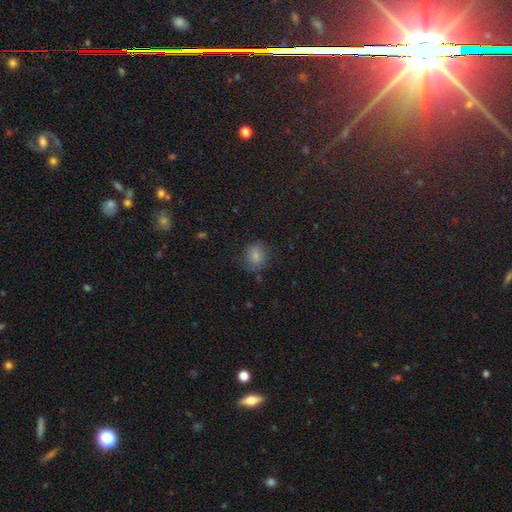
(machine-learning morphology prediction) Smooth or featured: smooth — 80% (star or artifact — 12%)
How rounded: round — 81% (in between — 18%)
Merging: none — 74% (minor disturbance — 18%)